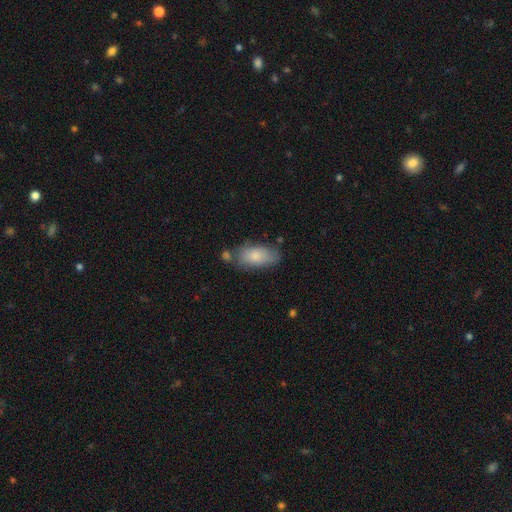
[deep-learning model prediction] Morphology: type=smooth (81%); roundness=in between (90%); merging=none (64%).